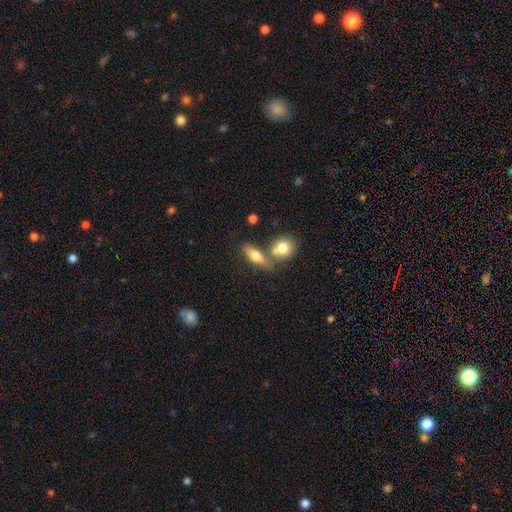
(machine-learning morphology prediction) type=smooth (70%); roundness=in between (68%); merging=none (45%).